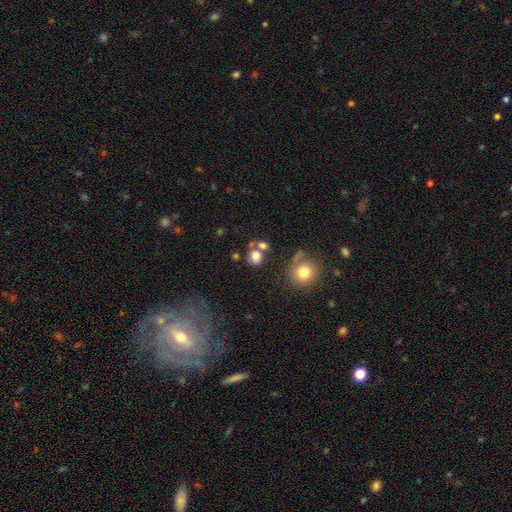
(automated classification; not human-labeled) This is likely a smooth galaxy (78%). How rounded: likely round (61%). Merging: possibly none (57%).